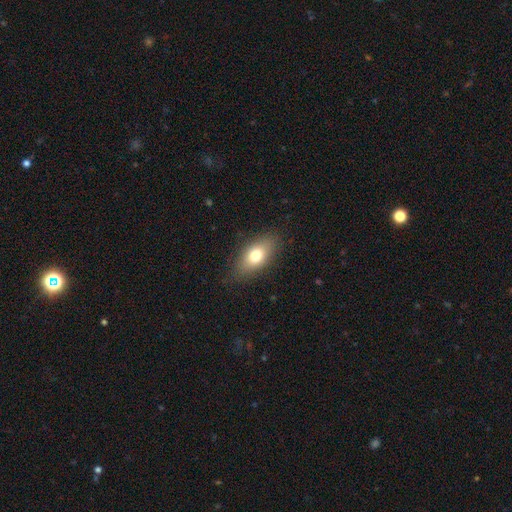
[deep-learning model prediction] smooth 75%, featured or disk 16%, star or artifact 9%. Down the decision tree: how rounded — in between (85%); merging — none (83%).